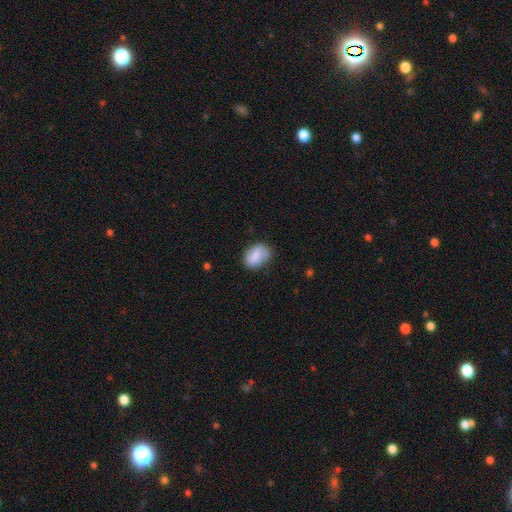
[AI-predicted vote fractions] smooth-or-featured: smooth: 74% | featured or disk: 19% | star or artifact: 7%
  how-rounded: in between: 74% | round: 24% | cigar-shaped: 2%
  merging: none: 68% | minor disturbance: 24% | major disturbance: 6% | merger: 2%